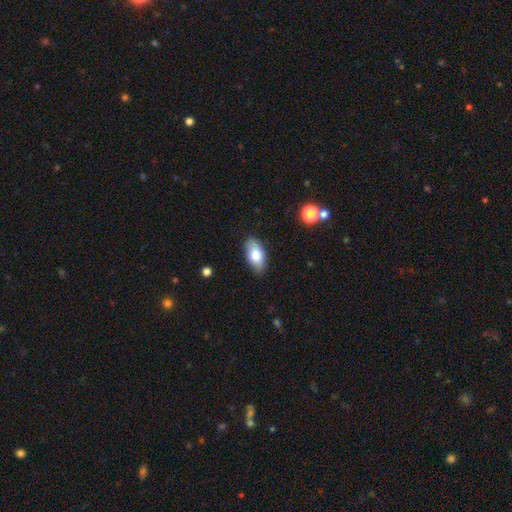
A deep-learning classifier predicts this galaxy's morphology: Smooth or featured: smooth — 80% (featured or disk — 14%)
How rounded: in between — 93% (cigar-shaped — 4%)
Merging: none — 84% (minor disturbance — 12%)